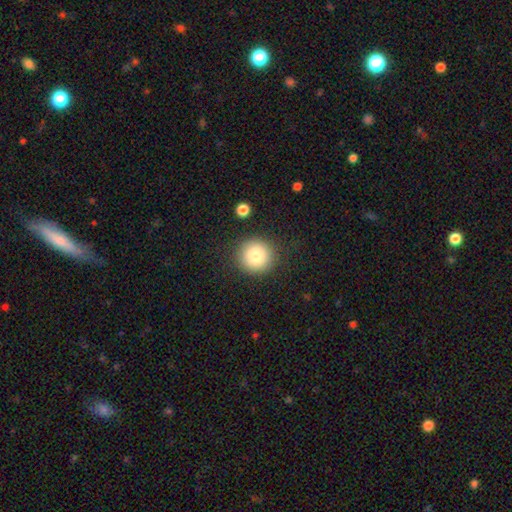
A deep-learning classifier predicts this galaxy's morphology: Overall: smooth (80%). How rounded: round (95%). Merging: none (88%).